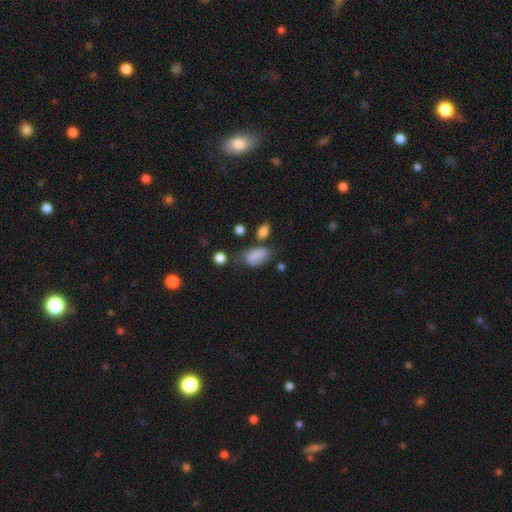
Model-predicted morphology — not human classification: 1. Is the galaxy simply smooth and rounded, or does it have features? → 73% smooth, 17% featured or disk, 10% star or artifact.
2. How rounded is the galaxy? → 88% in between, 10% round, 2% cigar-shaped.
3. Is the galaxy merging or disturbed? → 49% none, 30% minor disturbance, 13% major disturbance, 9% merger.